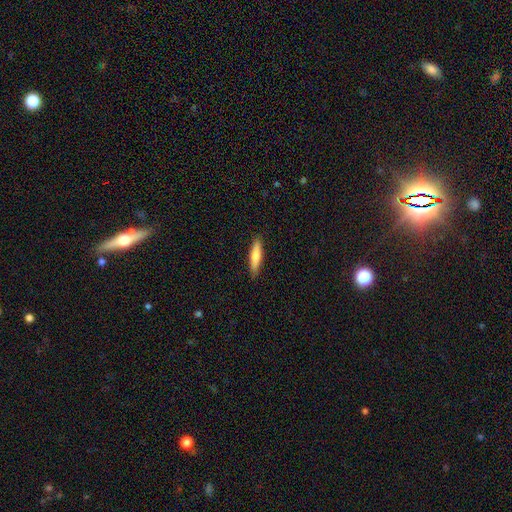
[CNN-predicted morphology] Overall: smooth (74%). How rounded: cigar-shaped (80%). Merging: none (89%).